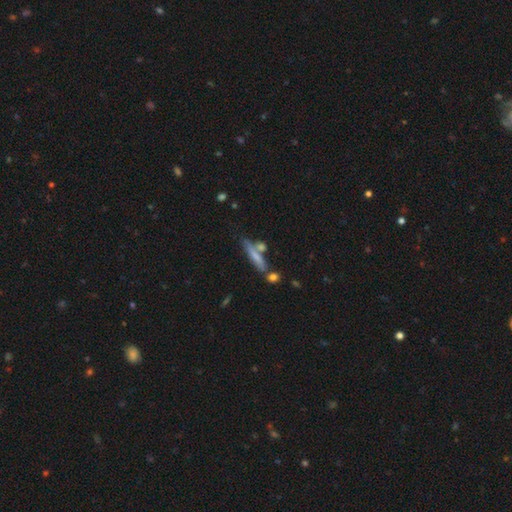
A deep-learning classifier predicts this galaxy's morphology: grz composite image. It shows a smooth galaxy with no disk features (61%) that is cigar-shaped (84%). Merging: none (60%).